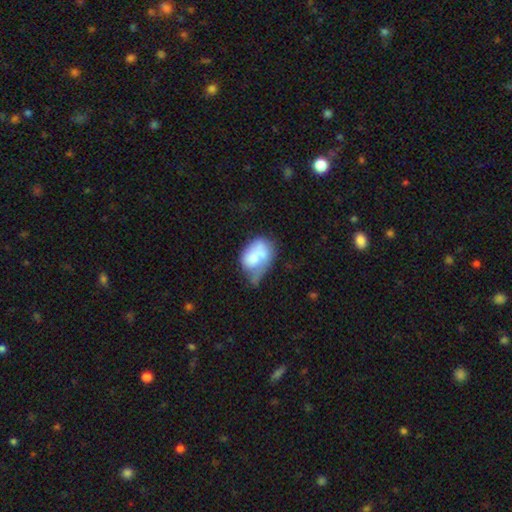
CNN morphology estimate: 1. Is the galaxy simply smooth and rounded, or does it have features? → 59% smooth, 34% featured or disk, 7% star or artifact.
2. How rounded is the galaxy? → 79% in between, 20% round, 1% cigar-shaped.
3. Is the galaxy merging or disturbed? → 29% major disturbance (tied), 29% minor disturbance (tied), 21% merger, 20% none.